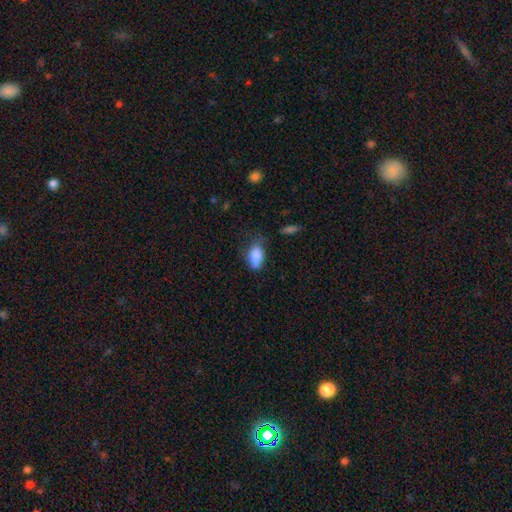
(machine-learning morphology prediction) A smooth galaxy with no disk features (83%) that is in between round and cigar-shaped (90%).

Vote fractions:
- Smooth or featured? smooth: 83% / featured or disk: 9% / star or artifact: 8%
- How rounded? in between: 90% / round: 6% / cigar-shaped: 4%
- Merging? none: 46% / minor disturbance: 37% / major disturbance: 14% / merger: 4%